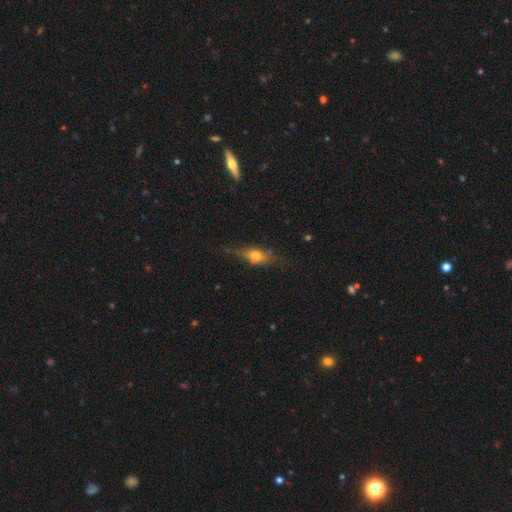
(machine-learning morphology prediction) A featured or disk galaxy (52%) viewed edge-on (80%).

Vote fractions:
- Smooth or featured? featured or disk: 52% / smooth: 36% / star or artifact: 12%
- Edge-on disk? yes: 80% / no: 20%
- Merging? none: 69% / minor disturbance: 17% / merger: 7% / major disturbance: 7%